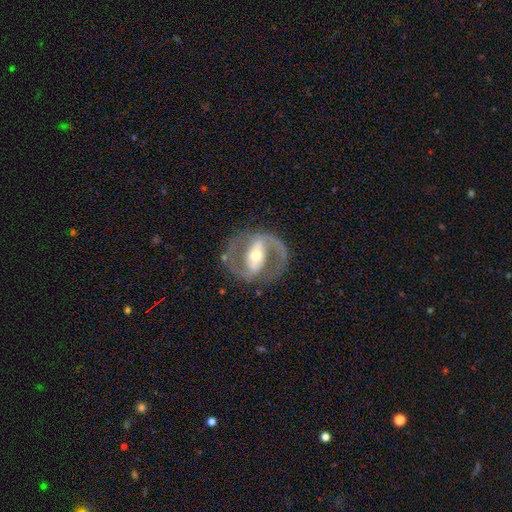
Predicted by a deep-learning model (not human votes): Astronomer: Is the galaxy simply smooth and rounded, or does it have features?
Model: featured or disk — 88%.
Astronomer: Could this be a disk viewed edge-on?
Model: no — 97%.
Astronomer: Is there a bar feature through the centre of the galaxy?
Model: strong — 52% (runner-up: weak, 30%).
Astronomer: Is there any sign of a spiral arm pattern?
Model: yes — 91%.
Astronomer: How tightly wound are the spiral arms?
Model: medium — 59%.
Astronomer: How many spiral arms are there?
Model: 2 — 91%.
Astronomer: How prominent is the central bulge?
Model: moderate — 61%.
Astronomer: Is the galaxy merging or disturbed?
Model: none — 80%.